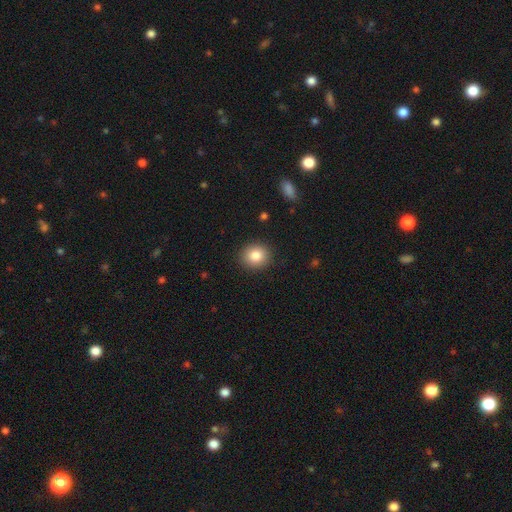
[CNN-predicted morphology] smooth_or_featured: smooth (p=0.84) [alt: star or artifact p=0.09]
how_rounded: round (p=0.81) [alt: in between p=0.18]
merging: none (p=0.90) [alt: minor disturbance p=0.07]